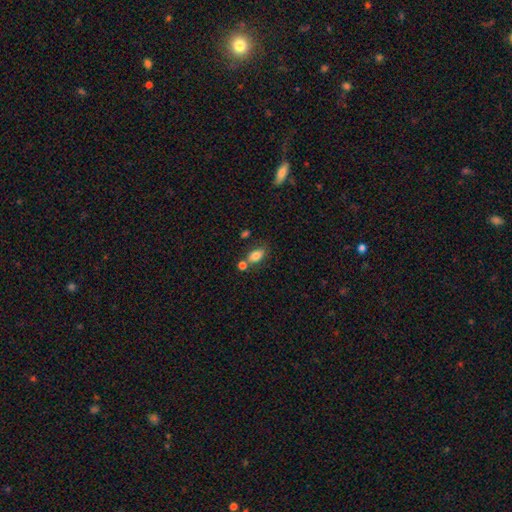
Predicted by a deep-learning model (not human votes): Smooth or featured?
  - smooth: 81% *
  - featured or disk: 10%
  - star or artifact: 9%
How rounded?
  - in between: 85% *
  - round: 12%
  - cigar-shaped: 3%
Merging?
  - none: 56% *
  - merger: 25%
  - minor disturbance: 14%
  - major disturbance: 5%